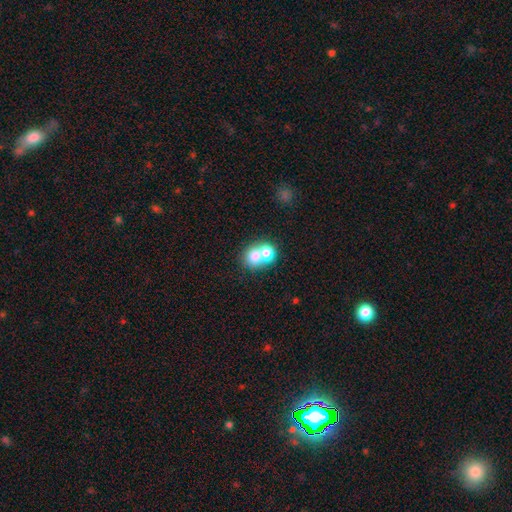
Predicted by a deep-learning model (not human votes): Smooth or featured: smooth — 71% (featured or disk — 18%)
How rounded: round — 69% (in between — 30%)
Merging: merger — 65% (none — 27%)